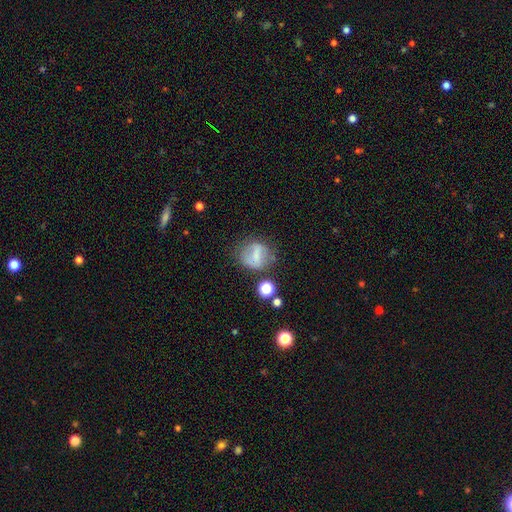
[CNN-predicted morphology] A smooth galaxy with no disk features (51%) that is round (66%). Merging: none (58%).